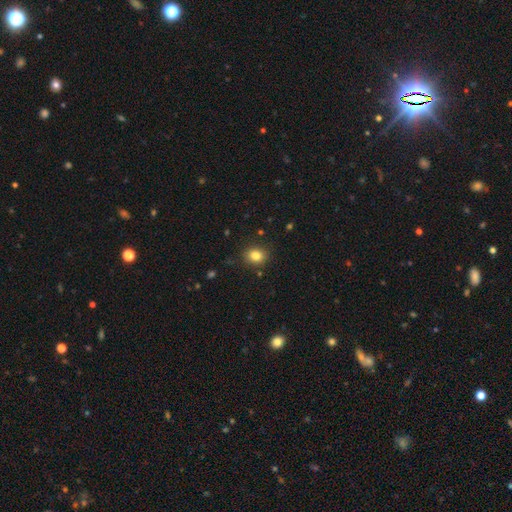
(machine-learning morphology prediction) The model was most divided on "how rounded": round: 61%, in between: 38%, cigar-shaped: 1%. More confident: merging — none (87%); smooth or featured — smooth (83%).